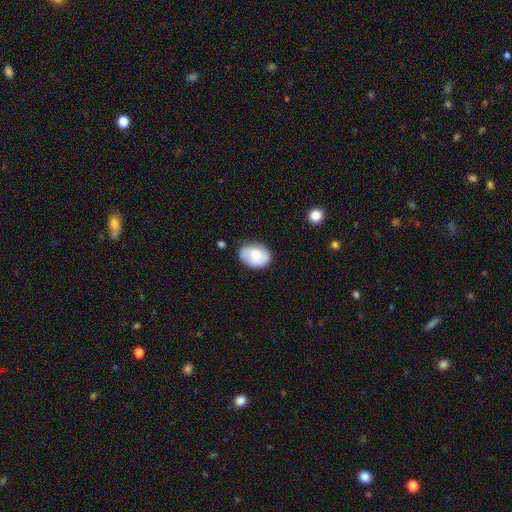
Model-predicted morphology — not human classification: Smooth or featured? smooth (67%)
How rounded? in between (75%)
Merging? none (74%)